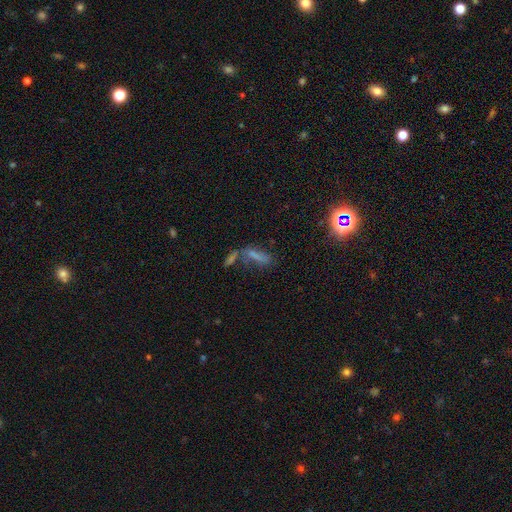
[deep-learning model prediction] This is possibly a smooth galaxy (48%). Merging: marginally merger (42%).